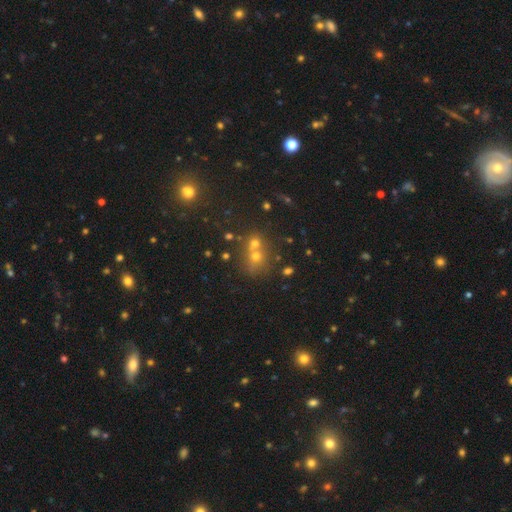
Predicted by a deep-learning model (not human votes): This is possibly a smooth galaxy (54%). How rounded: likely round (74%). Merging: possibly merger (51%).